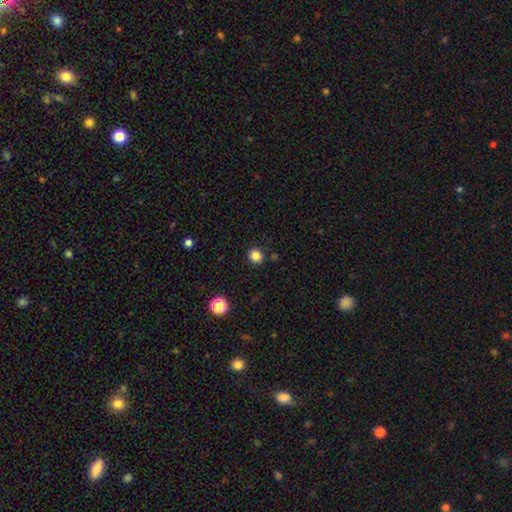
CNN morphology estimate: smooth-or-featured: smooth: 84% | star or artifact: 12% | featured or disk: 4%
  how-rounded: round: 82% | in between: 18% | cigar-shaped: 1%
  merging: none: 88% | minor disturbance: 7% | major disturbance: 2% | merger: 2%